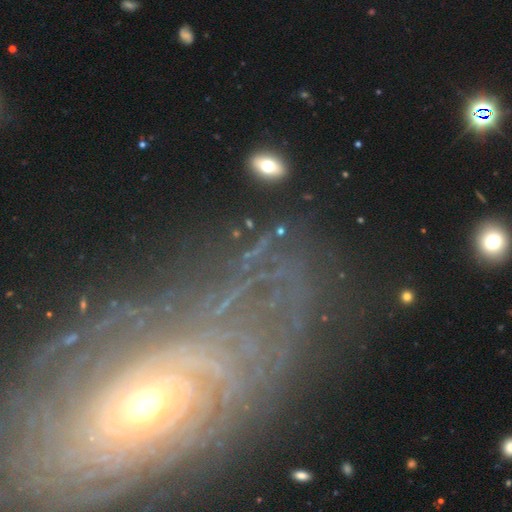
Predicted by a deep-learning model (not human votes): Morphology: type=featured or disk (54%); edge-on=no (89%); merging=none (79%).